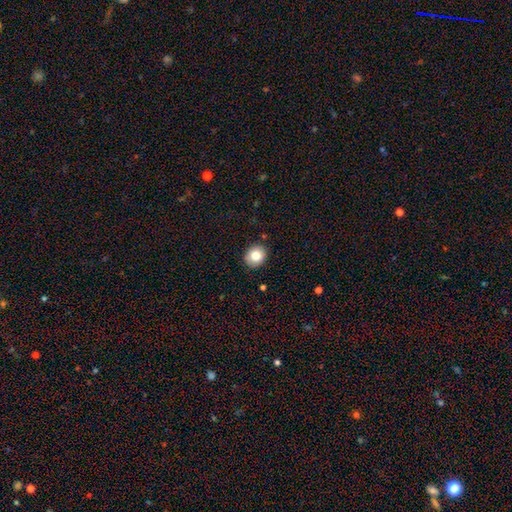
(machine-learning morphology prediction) A smooth galaxy with no disk features (83%) that is round (66%). Merging: none (89%).